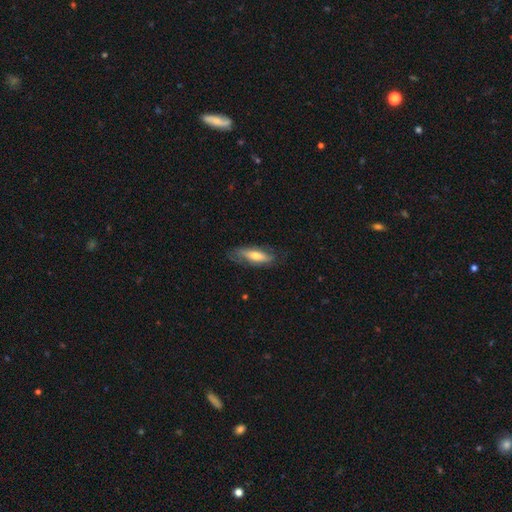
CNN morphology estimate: Smooth or featured?
  - smooth: 53% *
  - featured or disk: 41%
  - star or artifact: 6%
How rounded?
  - in between: 58% *
  - cigar-shaped: 40%
  - round: 2%
Merging?
  - none: 67% *
  - minor disturbance: 22%
  - major disturbance: 9%
  - merger: 1%